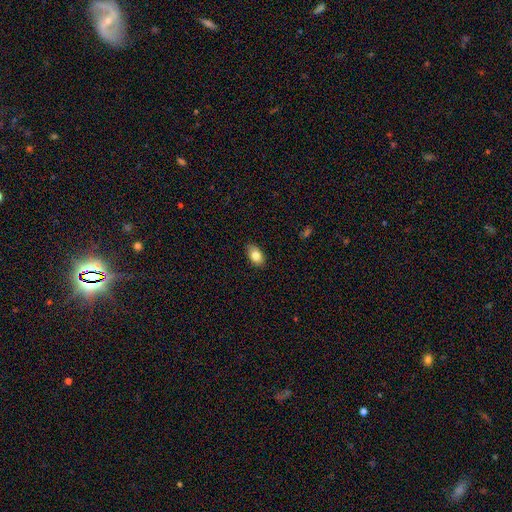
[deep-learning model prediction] A smooth galaxy with no disk features (82%) that is in between round and cigar-shaped (89%). Merging: none (87%).